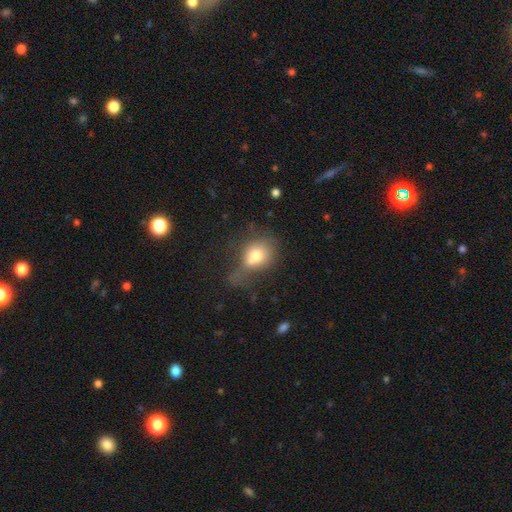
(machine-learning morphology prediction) The model was most divided on "how rounded" (2-way tie): in between: 49%, round: 49%, cigar-shaped: 2%. Remaining: smooth or featured — smooth (73%); merging — none (31%).